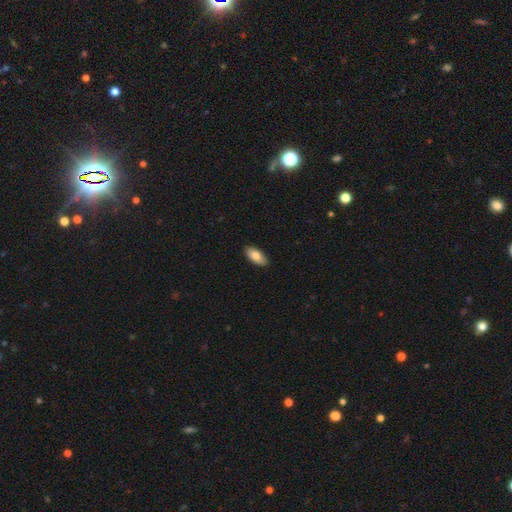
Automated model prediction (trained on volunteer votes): smooth 80%, featured or disk 14%, star or artifact 6%. Down the decision tree: how rounded — in between (90%); merging — none (89%).